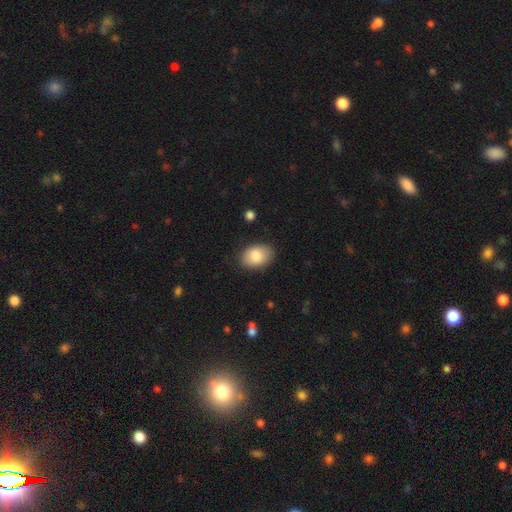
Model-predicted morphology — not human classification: Smooth or featured?
  - smooth: 83% *
  - featured or disk: 10%
  - star or artifact: 7%
How rounded?
  - in between: 86% *
  - round: 13%
  - cigar-shaped: 1%
Merging?
  - none: 84% *
  - minor disturbance: 12%
  - major disturbance: 3%
  - merger: 1%